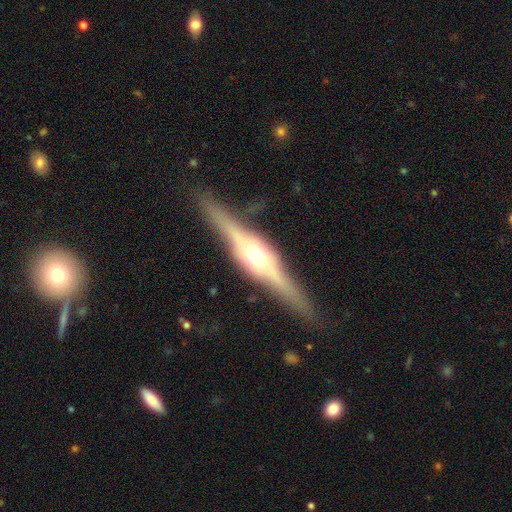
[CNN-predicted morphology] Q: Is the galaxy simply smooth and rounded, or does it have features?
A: featured or disk — 83%.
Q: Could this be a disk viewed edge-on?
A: yes — 97%.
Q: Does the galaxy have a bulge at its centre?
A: rounded — 86%.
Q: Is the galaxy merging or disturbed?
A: none — 85%.